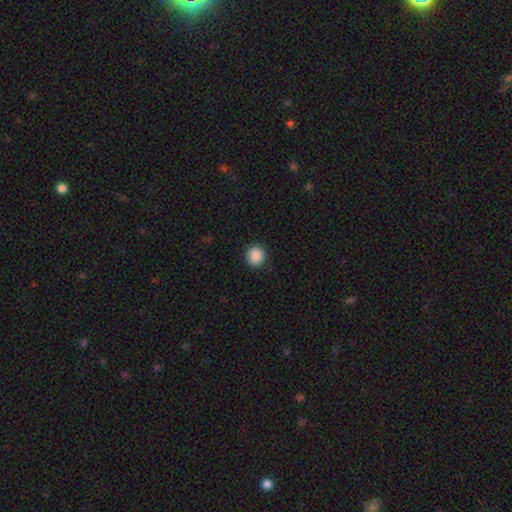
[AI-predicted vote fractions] Smooth or featured? Predicted: smooth (p=0.89). How rounded? Predicted: round (p=0.88). Merging? Predicted: none (p=0.90).